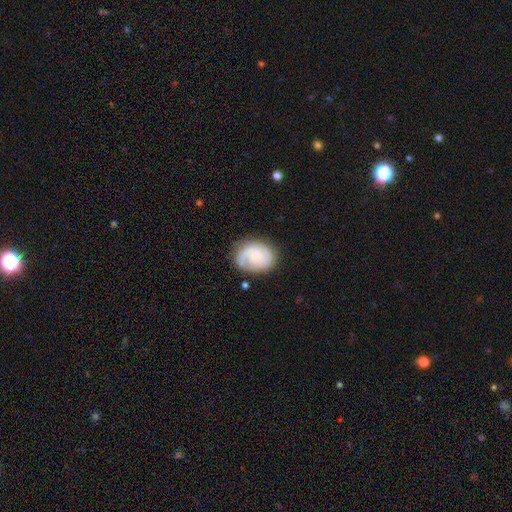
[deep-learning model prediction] Smooth or featured: featured or disk — 63% (smooth — 31%)
Edge-on disk: no — 98% (yes — 2%)
Bar: no — 73% (weak — 24%)
Spiral arms: yes — 90% (no — 10%)
Spiral winding: tight — 40% (tied with medium — 40%)
Spiral arm count: 2 — 51% (1 — 25%)
Bulge size: small — 59% (moderate — 33%)
Merging: none — 69% (minor disturbance — 21%)